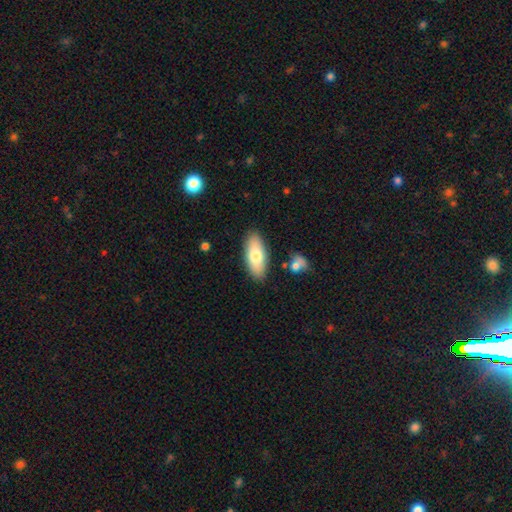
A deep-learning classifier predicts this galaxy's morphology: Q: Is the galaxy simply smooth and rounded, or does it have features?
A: smooth — 74%.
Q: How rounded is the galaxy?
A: in between — 81%.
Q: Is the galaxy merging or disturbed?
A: none — 85%.